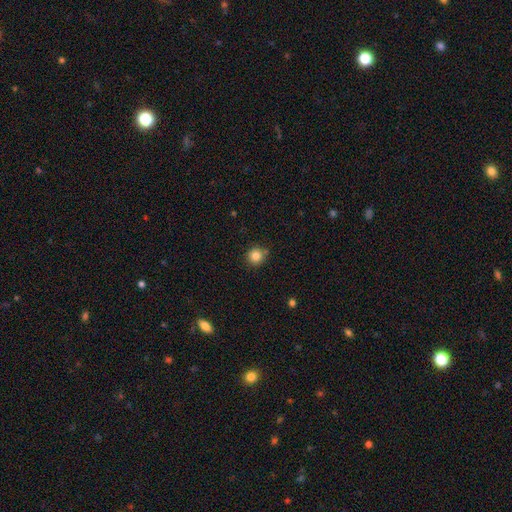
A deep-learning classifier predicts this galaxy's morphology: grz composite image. It shows a smooth galaxy with no disk features (83%) that is round (92%). Merging: none (81%).